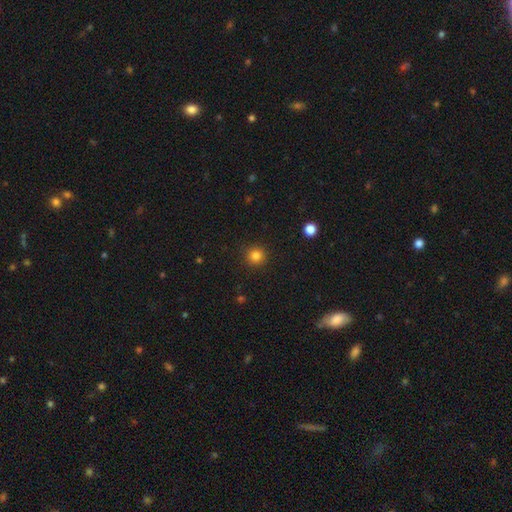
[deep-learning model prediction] Morphology: type=smooth (83%); roundness=round (94%); merging=none (92%).